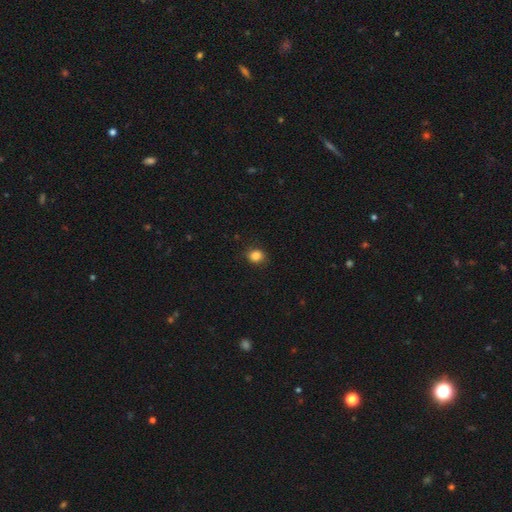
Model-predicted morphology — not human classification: This is clearly a smooth galaxy (85%). How rounded: likely round (73%). Merging: clearly none (84%).